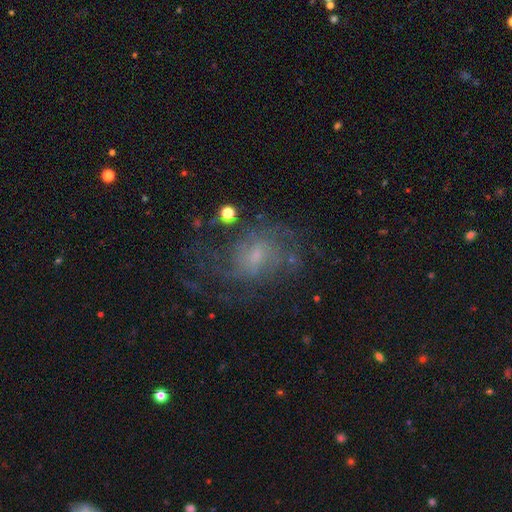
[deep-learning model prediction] This is likely a featured or disk galaxy (67%). It is clearly not viewed edge-on (97%). Bar: possibly no (56%). Spiral arm pattern: likely yes (78%). Spiral arm count: possibly can't tell (50%). Spiral winding: marginally medium (42%). Central bulge: possibly small (58%). Merging: possibly none (54%).